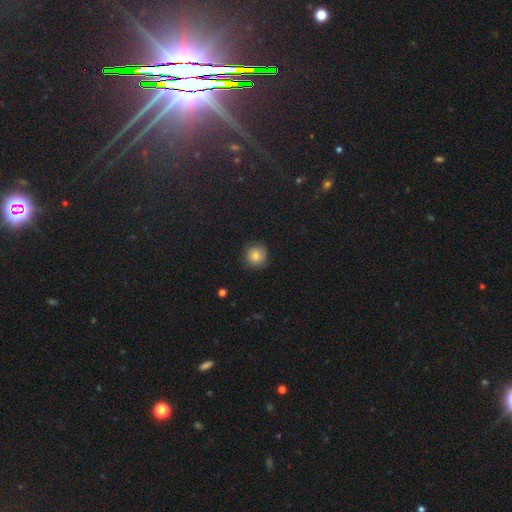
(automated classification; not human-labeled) smooth 80%, star or artifact 11%, featured or disk 8%. Down the decision tree: how rounded — round (92%); merging — none (84%).